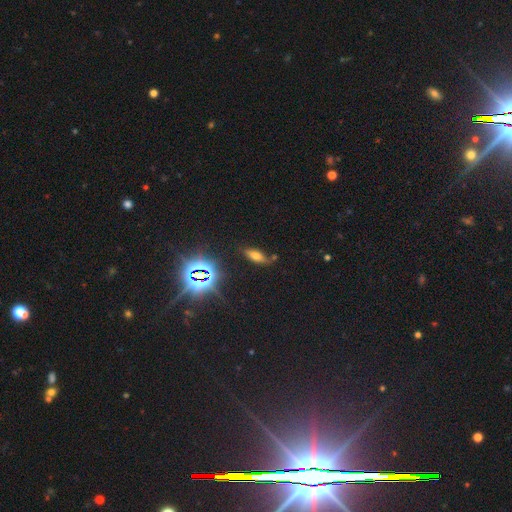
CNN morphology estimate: smooth_or_featured: smooth (p=0.59) [alt: star or artifact p=0.27]
how_rounded: in between (p=0.75) [alt: cigar-shaped p=0.20]
merging: none (p=0.71) [alt: minor disturbance p=0.17]